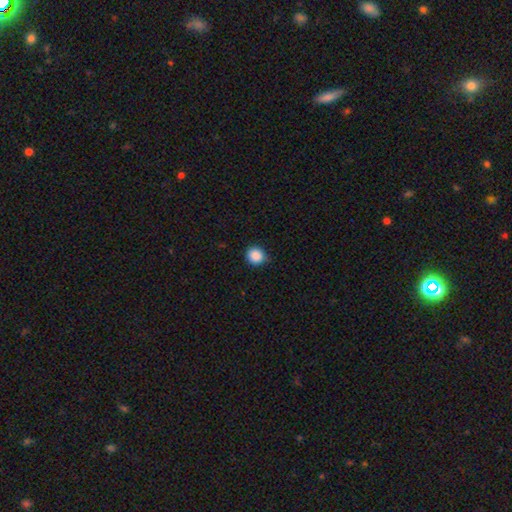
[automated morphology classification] type=smooth (88%); roundness=round (89%); merging=none (83%).